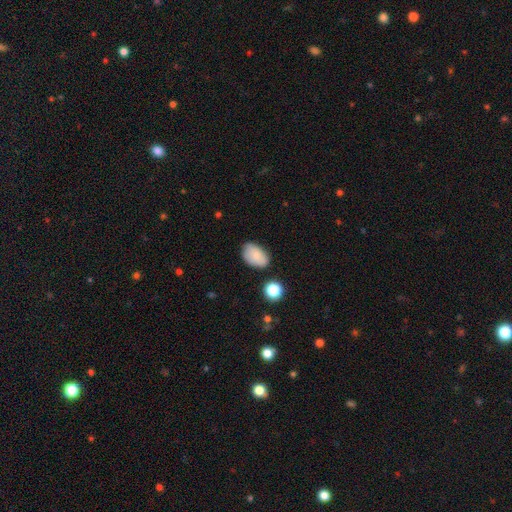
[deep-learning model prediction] This is likely a smooth galaxy (79%). How rounded: clearly in between (87%). Merging: likely none (69%).